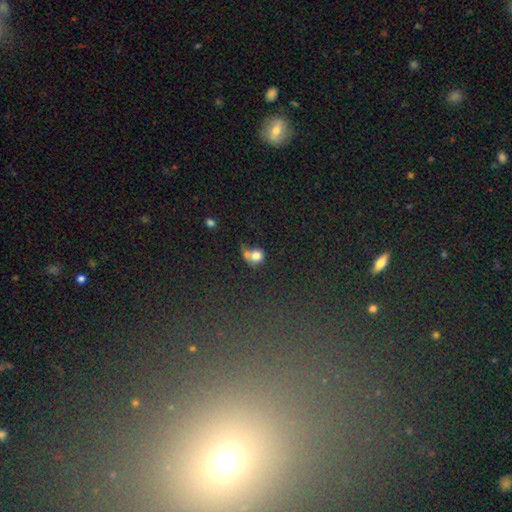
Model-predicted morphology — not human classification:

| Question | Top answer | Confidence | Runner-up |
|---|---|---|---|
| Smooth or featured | smooth | 76% | star or artifact (12%) |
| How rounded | round | 79% | in between (19%) |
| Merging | merger | 43% | none (34%) |